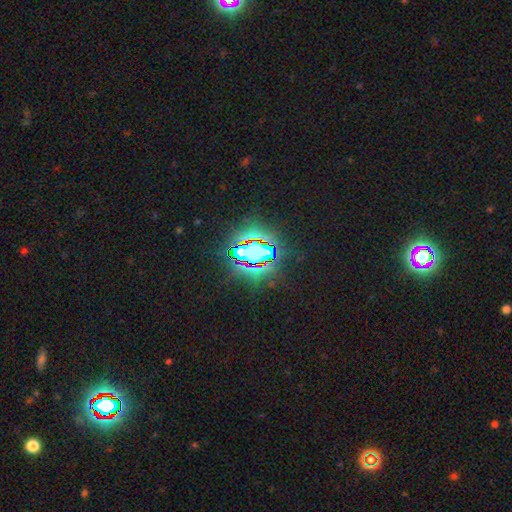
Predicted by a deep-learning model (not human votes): star or artifact 81%, smooth 11%, featured or disk 8%.